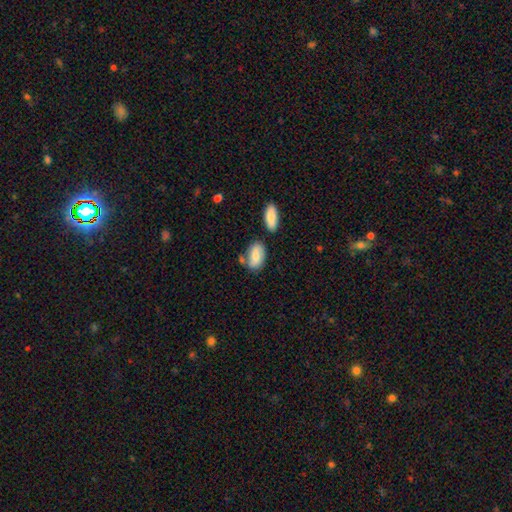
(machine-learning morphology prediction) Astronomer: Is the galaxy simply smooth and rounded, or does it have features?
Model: smooth — 71%.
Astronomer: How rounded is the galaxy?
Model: in between — 90%.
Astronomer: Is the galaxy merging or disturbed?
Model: none — 63%.